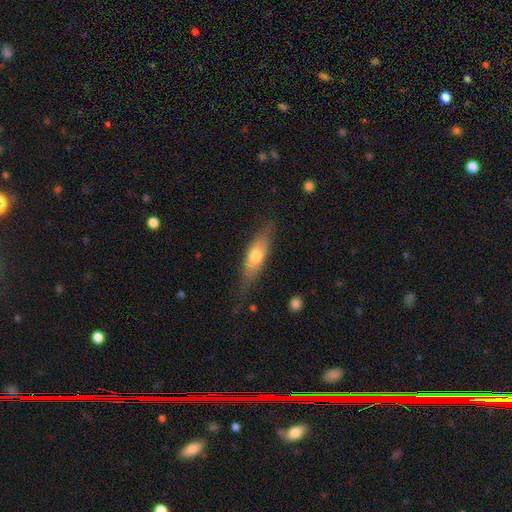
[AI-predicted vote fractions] Smooth or featured?
  - smooth: 59% *
  - featured or disk: 35%
  - star or artifact: 6%
How rounded?
  - in between: 57% *
  - cigar-shaped: 40%
  - round: 3%
Merging?
  - none: 68% *
  - minor disturbance: 23%
  - major disturbance: 8%
  - merger: 2%